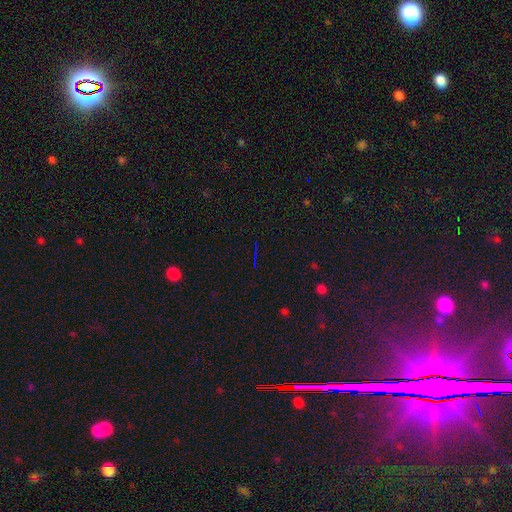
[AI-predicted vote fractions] Smooth or featured: star or artifact — 74% (smooth — 13%)